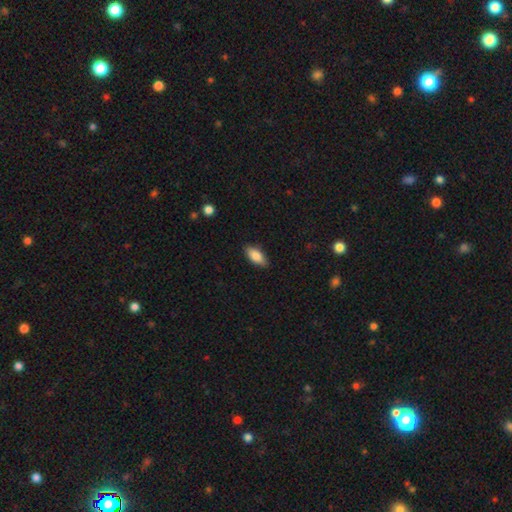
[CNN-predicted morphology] Overall: smooth (85%). How rounded: in between (87%). Merging: none (87%).